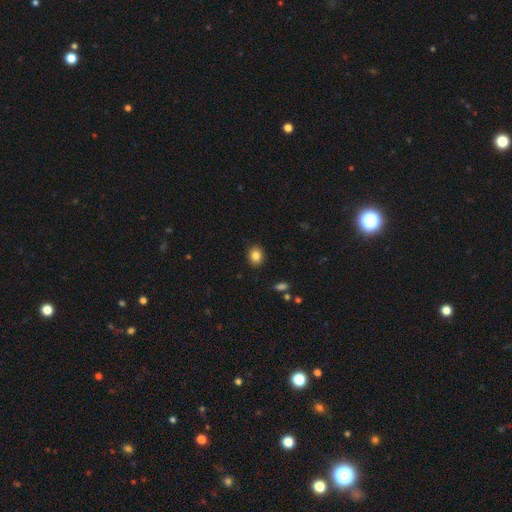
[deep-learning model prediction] Smooth or featured?
  - smooth: 85% *
  - star or artifact: 10%
  - featured or disk: 6%
How rounded?
  - round: 64% *
  - in between: 35%
  - cigar-shaped: 1%
Merging?
  - none: 90% *
  - minor disturbance: 7%
  - major disturbance: 2%
  - merger: 1%